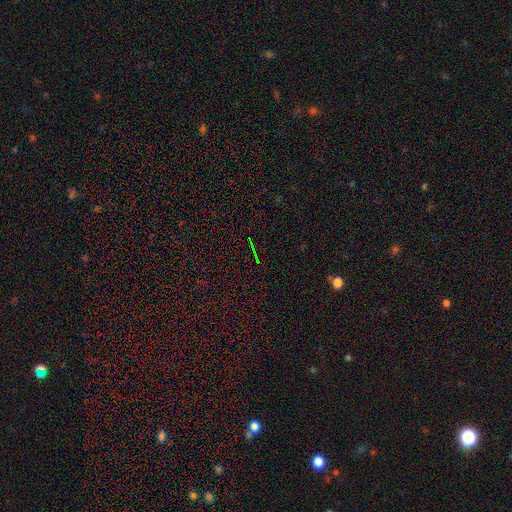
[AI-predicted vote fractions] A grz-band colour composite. It shows a star or artifact, not a galaxy (78%).